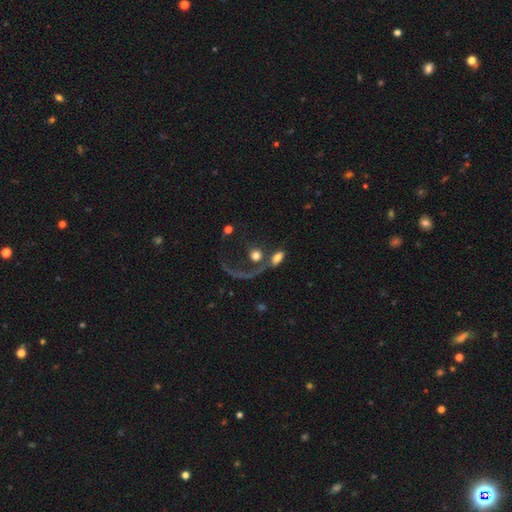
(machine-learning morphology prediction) A smooth galaxy with no disk features (55%) that is round (67%).

Vote fractions:
- Smooth or featured? smooth: 55% / featured or disk: 32% / star or artifact: 12%
- How rounded? round: 67% / in between: 30% / cigar-shaped: 3%
- Merging? merger: 38% / none: 28% / major disturbance: 24% / minor disturbance: 9%